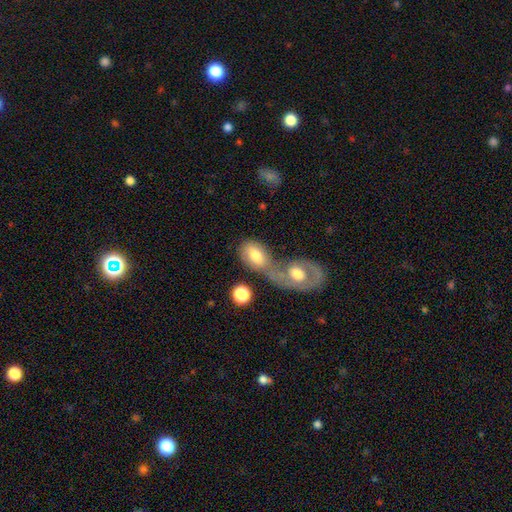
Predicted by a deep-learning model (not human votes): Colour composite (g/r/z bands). It shows a smooth galaxy with no disk features (62%) that is in between round and cigar-shaped (86%). Merging: merger (65%).